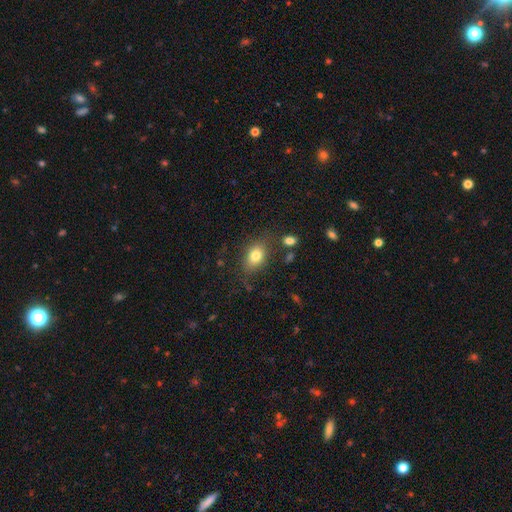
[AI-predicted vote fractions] This appears to be a smooth galaxy with no disk features (79%) that is in between round and cigar-shaped (78%). Merging: none (75%).